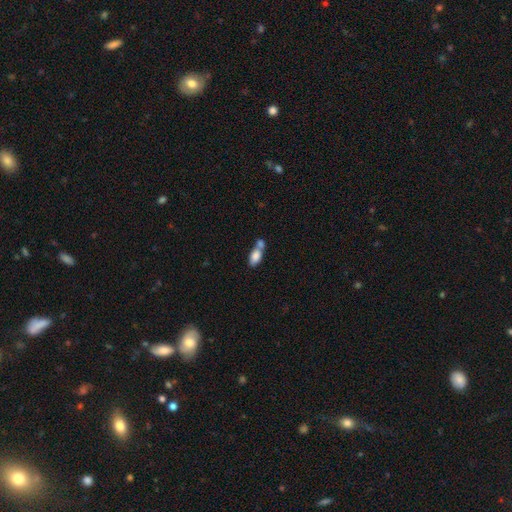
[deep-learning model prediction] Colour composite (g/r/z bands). It shows a smooth galaxy with no disk features (80%) that is in between round and cigar-shaped (89%). Merging: merger (54%).